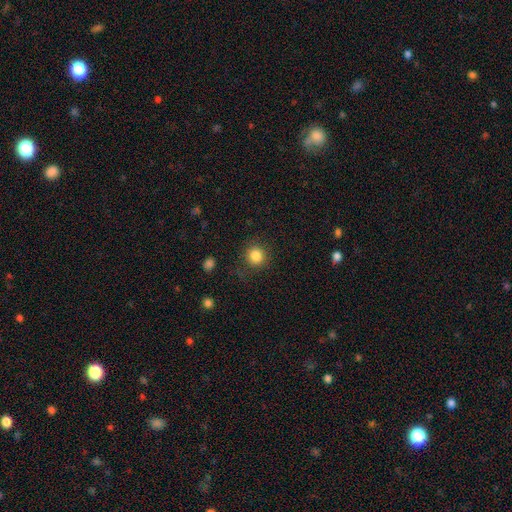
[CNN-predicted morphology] smooth_or_featured: smooth (p=0.84) [alt: star or artifact p=0.11]
how_rounded: round (p=0.91) [alt: in between p=0.08]
merging: none (p=0.84) [alt: minor disturbance p=0.10]